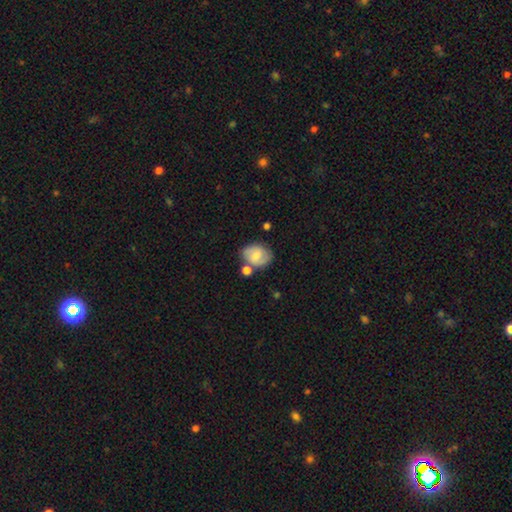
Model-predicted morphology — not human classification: type=featured or disk (46%, tied with smooth); merging=none (61%).